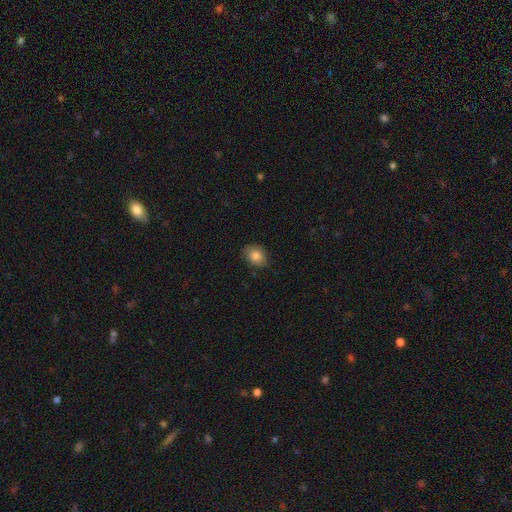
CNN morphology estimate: The model was most divided on "how rounded": in between: 62%, round: 37%, cigar-shaped: 1%. More confident: smooth or featured — smooth (83%); merging — none (83%).